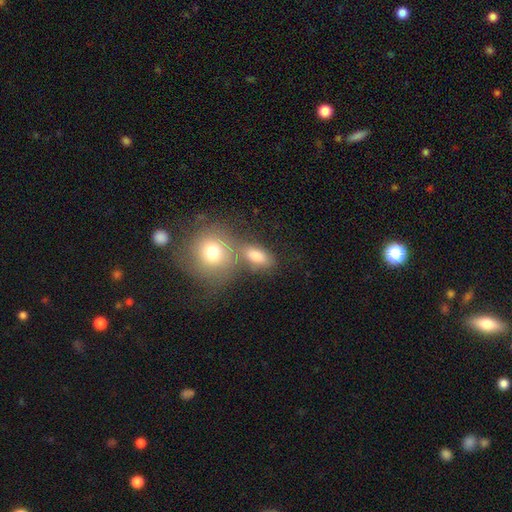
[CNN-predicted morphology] This appears to be a smooth galaxy with no disk features (76%) that is in between round and cigar-shaped (70%). Merging: none (45%).